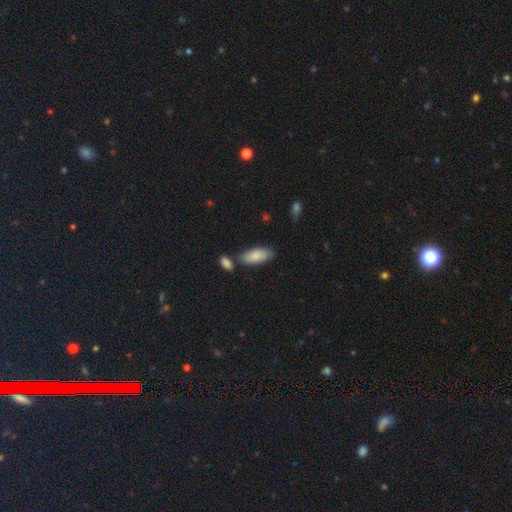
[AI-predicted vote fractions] Q: Smooth or featured?
A: smooth (84%); runner-up: featured or disk (10%)
Q: How rounded?
A: in between (84%); runner-up: cigar-shaped (14%)
Q: Merging?
A: none (70%); runner-up: minor disturbance (15%)